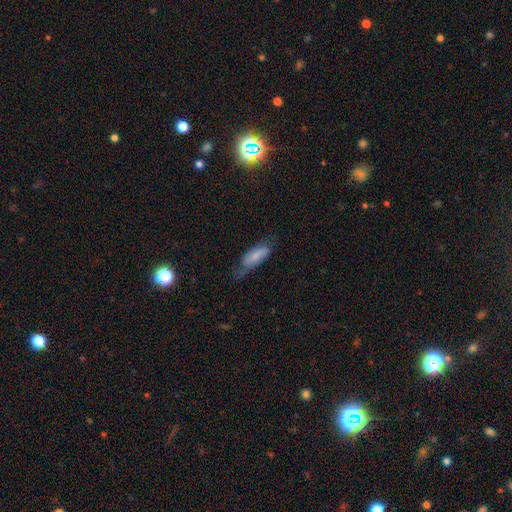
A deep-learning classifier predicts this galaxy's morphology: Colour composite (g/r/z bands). It shows a smooth galaxy with no disk features (51%) that is in between round and cigar-shaped (72%). Merging: none (51%).